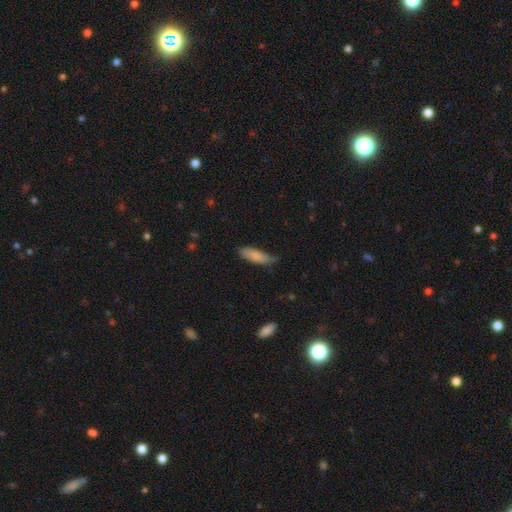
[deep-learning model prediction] Smooth or featured: smooth — 84% (featured or disk — 10%)
How rounded: in between — 63% (cigar-shaped — 36%)
Merging: none — 53% (minor disturbance — 37%)